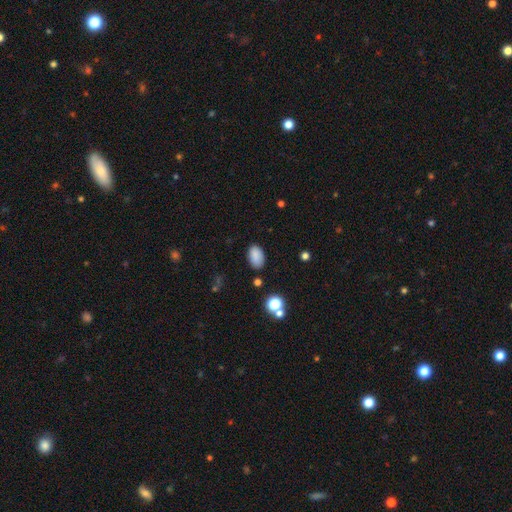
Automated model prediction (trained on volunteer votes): This appears to be a smooth galaxy with no disk features (86%) that is in between round and cigar-shaped (92%). Merging: none (83%).